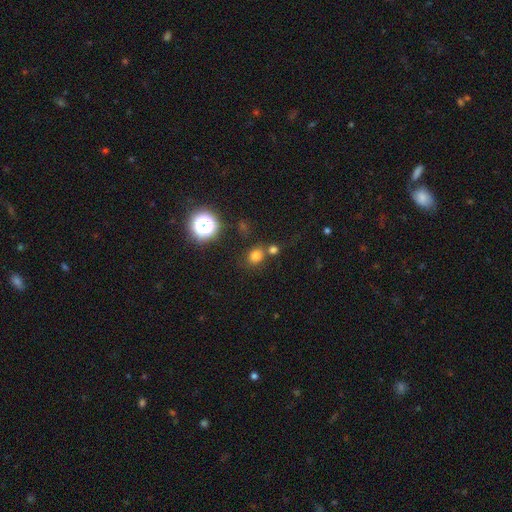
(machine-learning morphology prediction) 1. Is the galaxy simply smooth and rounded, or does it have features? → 72% smooth, 21% star or artifact, 7% featured or disk.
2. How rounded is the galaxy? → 67% round, 32% in between, 1% cigar-shaped.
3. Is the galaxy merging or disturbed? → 68% none, 17% merger, 10% minor disturbance, 4% major disturbance.